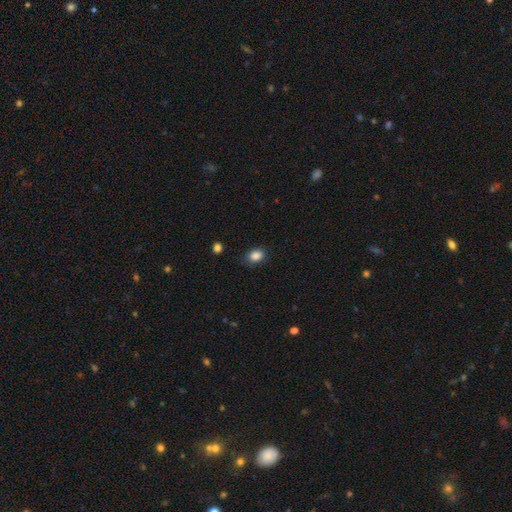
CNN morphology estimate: Smooth or featured? smooth (86%)
How rounded? in between (67%)
Merging? none (78%)